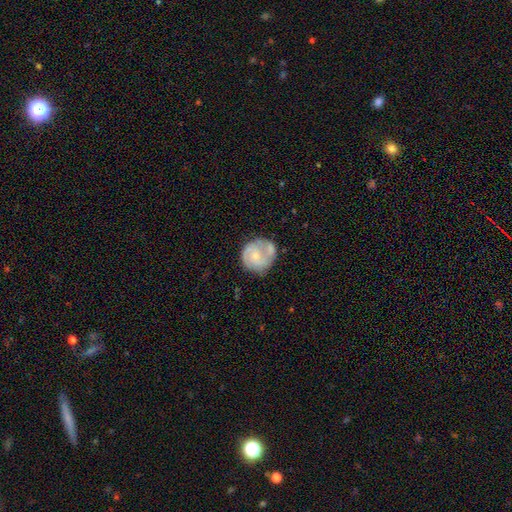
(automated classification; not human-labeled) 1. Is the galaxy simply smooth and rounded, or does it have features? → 59% featured or disk, 35% smooth, 6% star or artifact.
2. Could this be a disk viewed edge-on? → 98% no, 2% yes.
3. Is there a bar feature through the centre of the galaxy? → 73% no, 23% weak, 4% strong.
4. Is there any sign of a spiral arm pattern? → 77% yes, 23% no.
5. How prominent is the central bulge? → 54% small, 33% moderate, 9% none, 2% large, 1% dominant.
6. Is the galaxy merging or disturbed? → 58% none, 21% minor disturbance, 11% merger, 9% major disturbance.